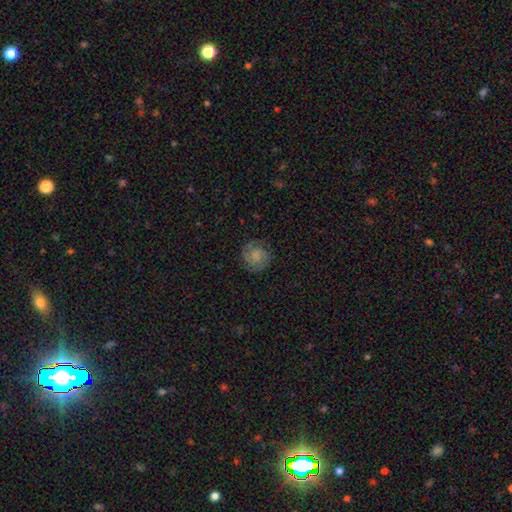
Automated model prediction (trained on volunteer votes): A featured or disk galaxy (63%) with no bar (61%), 2 (62%) tight (54%) spiral arms (95%) and no central bulge (41%).

Vote fractions:
- Smooth or featured? featured or disk: 63% / smooth: 28% / star or artifact: 8%
- Edge-on disk? no: 98% / yes: 2%
- Bar? no: 61% / weak: 33% / strong: 5%
- Spiral arms? yes: 95% / no: 5%
- Spiral winding? tight: 54% / medium: 37% / loose: 8%
- Spiral arm count? 2: 62% / 3: 14% / can't tell: 14% / 1: 4% / 4: 3% / more than 4: 3%
- Bulge size? none: 41% / small: 31% / moderate: 19% / large: 7% / dominant: 2%
- Merging? none: 82% / minor disturbance: 12% / major disturbance: 5% / merger: 1%